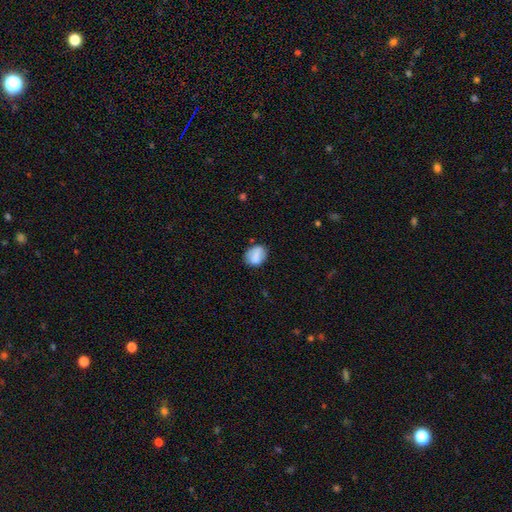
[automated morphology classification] Smooth or featured? smooth (78%)
How rounded? in between (53%)
Merging? none (71%)